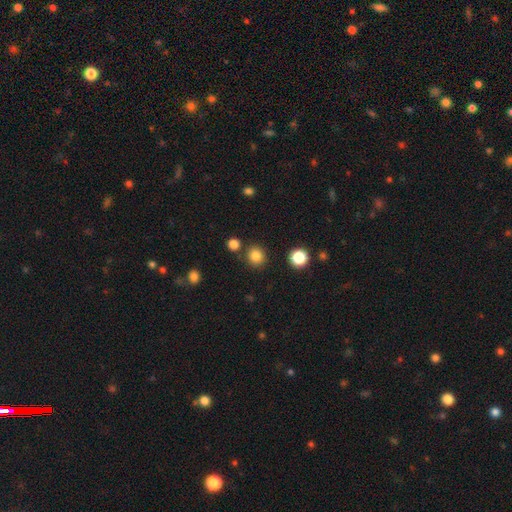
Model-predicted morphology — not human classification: This is clearly a smooth galaxy (84%). How rounded: clearly round (87%). Merging: clearly none (84%).